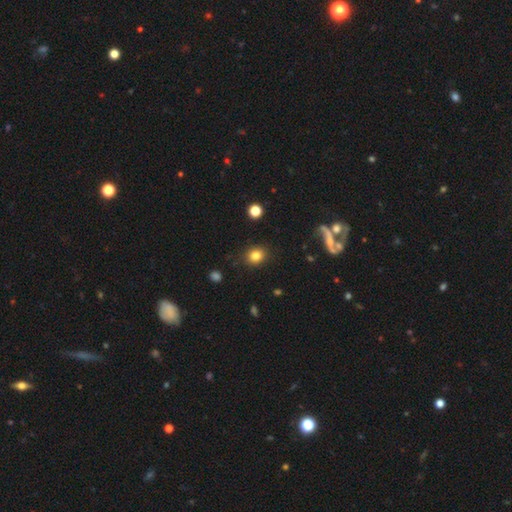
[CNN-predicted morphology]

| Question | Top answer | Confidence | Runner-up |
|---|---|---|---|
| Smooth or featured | smooth | 82% | star or artifact (11%) |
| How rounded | round | 74% | in between (25%) |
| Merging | none | 88% | minor disturbance (8%) |